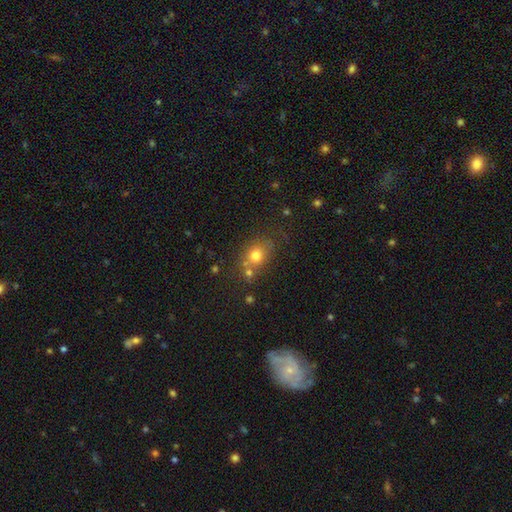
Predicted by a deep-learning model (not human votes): Morphology: type=smooth (73%); roundness=round (56%); merging=none (58%).